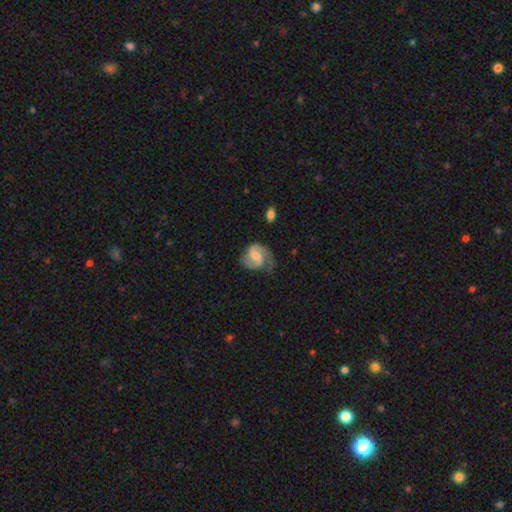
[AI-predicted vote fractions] A featured or disk galaxy (78%) with a weak bar (53%), 2 (81%) medium (51%) spiral arms (95%) and a small central bulge (34%, tied with moderate). Merging: none (57%).